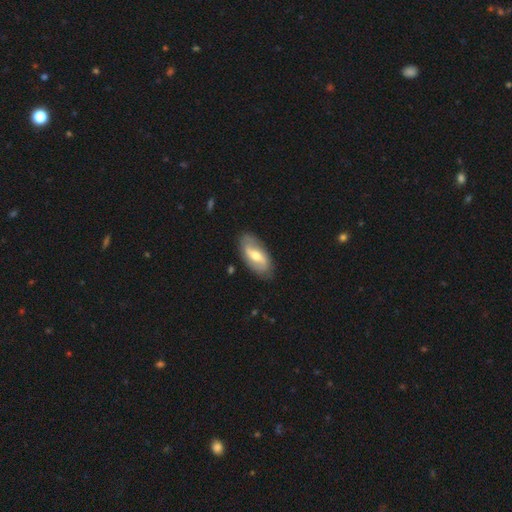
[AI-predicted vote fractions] smooth-or-featured: featured or disk: 65% | smooth: 30% | star or artifact: 5%
  disk-edge-on: no: 91% | yes: 9%
    bar: weak: 45% | strong: 33% | no: 21%
    has-spiral-arms: yes: 75% | no: 25%
    bulge-size: moderate: 68% | small: 22% | large: 8% | none: 1% | dominant: 1%
  merging: none: 83% | minor disturbance: 13% | major disturbance: 3% | merger: 1%